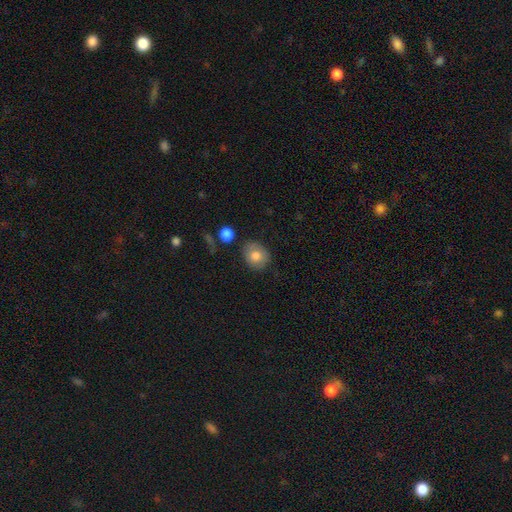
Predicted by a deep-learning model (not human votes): Smooth or featured? Predicted: smooth (p=0.81). How rounded? Predicted: round (p=0.62). Merging? Predicted: none (p=0.78).